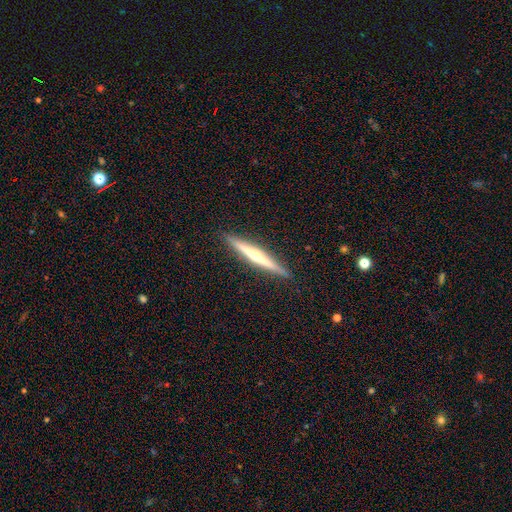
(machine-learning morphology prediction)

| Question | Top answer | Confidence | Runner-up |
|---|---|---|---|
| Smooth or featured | featured or disk | 72% | smooth (23%) |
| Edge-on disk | yes | 98% | no (2%) |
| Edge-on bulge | rounded | 73% | none (21%) |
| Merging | none | 92% | minor disturbance (6%) |